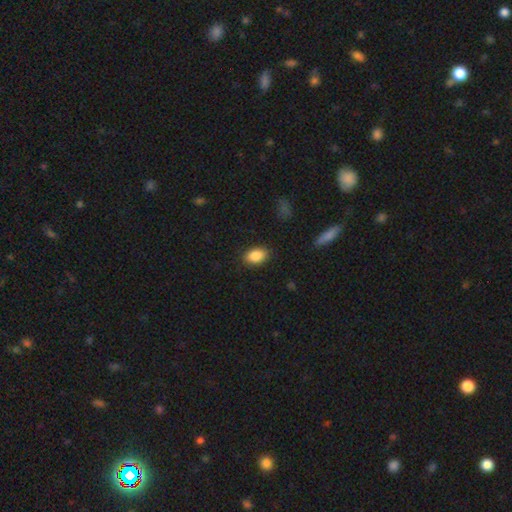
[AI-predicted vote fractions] Overall: smooth (88%). How rounded: in between (85%). Merging: none (86%).